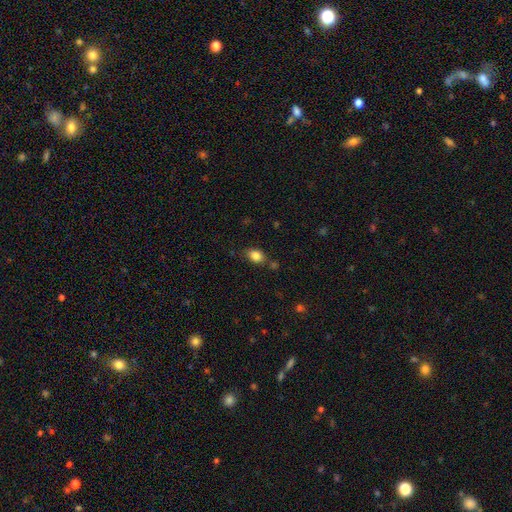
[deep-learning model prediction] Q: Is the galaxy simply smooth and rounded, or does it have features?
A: smooth — 84%.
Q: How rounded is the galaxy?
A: in between — 76%.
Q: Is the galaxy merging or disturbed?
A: none — 74%.